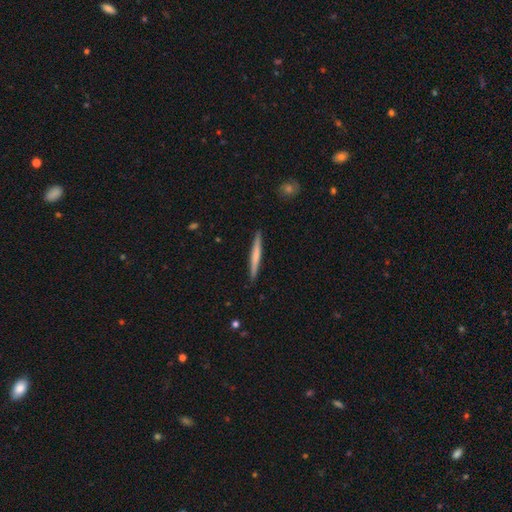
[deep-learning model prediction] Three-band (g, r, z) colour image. It shows a smooth galaxy with no disk features (54%) that is cigar-shaped (97%). Merging: none (91%).